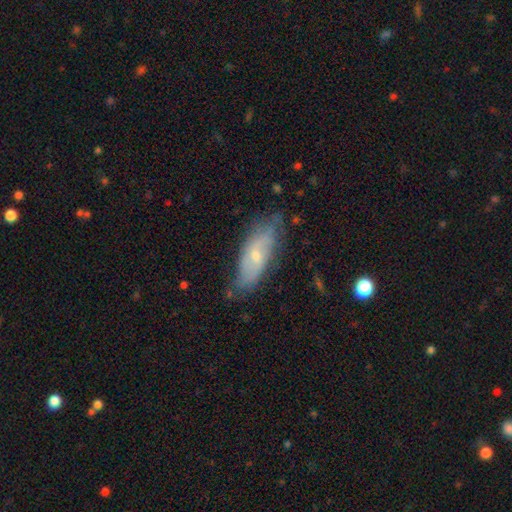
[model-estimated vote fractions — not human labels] Smooth or featured? featured or disk (56%)
Edge-on disk? no (78%)
Merging? none (67%)